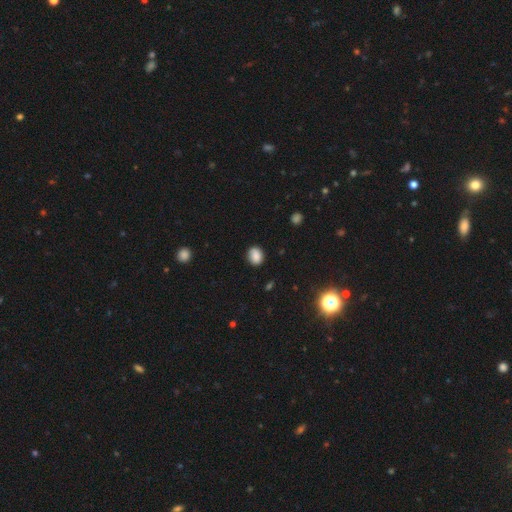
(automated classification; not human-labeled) smooth_or_featured: smooth (p=0.85) [alt: star or artifact p=0.10]
how_rounded: round (p=0.50) [alt: in between p=0.48]
merging: none (p=0.84) [alt: minor disturbance p=0.12]